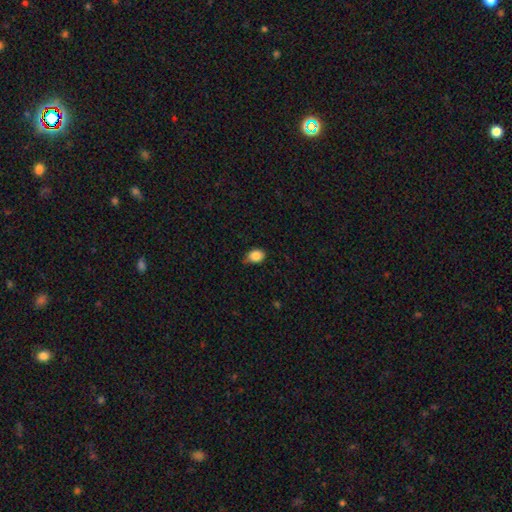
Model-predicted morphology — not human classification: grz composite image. It shows a smooth galaxy with no disk features (86%) that is in between round and cigar-shaped (51%). Merging: none (61%).